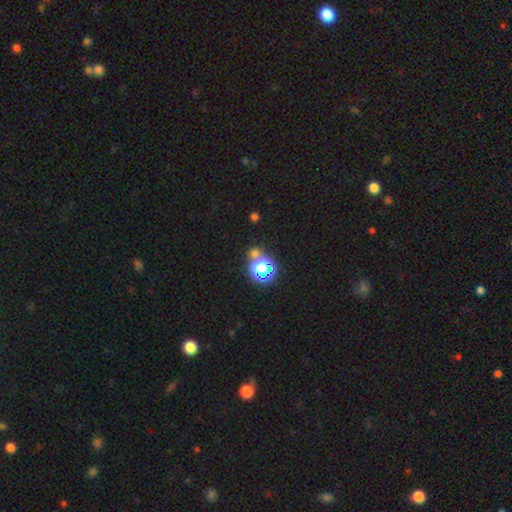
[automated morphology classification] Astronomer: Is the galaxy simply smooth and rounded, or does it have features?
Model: star or artifact — 61%.